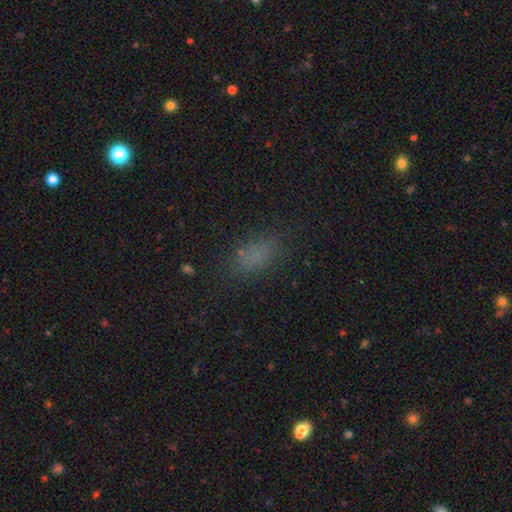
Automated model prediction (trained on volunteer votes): The model was most divided on "smooth or featured": smooth: 74%, star or artifact: 18%, featured or disk: 8%. More confident: how rounded — in between (86%); merging — none (74%).